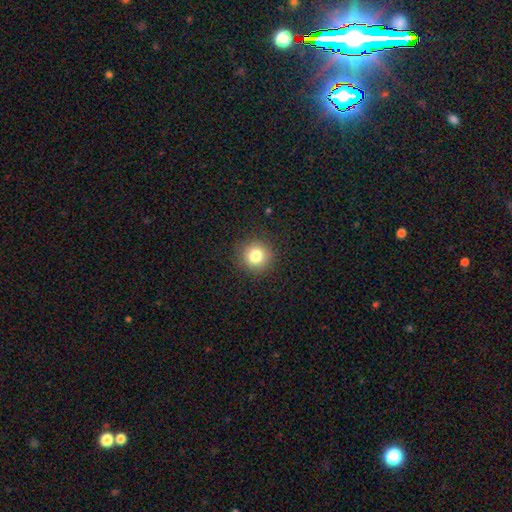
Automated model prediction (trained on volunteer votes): Smooth or featured: smooth — 81% (star or artifact — 12%)
How rounded: round — 94% (in between — 5%)
Merging: none — 91% (minor disturbance — 6%)